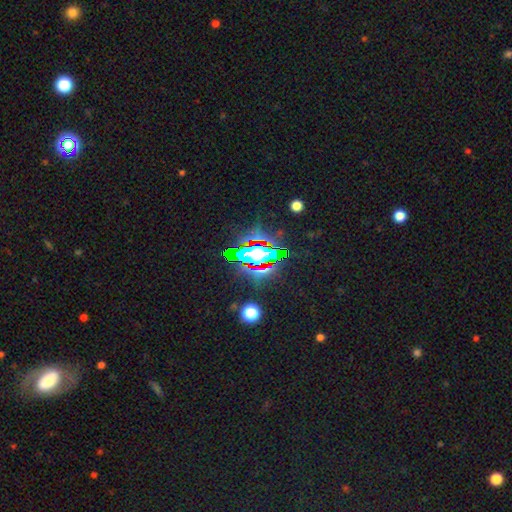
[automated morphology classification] smooth_or_featured: star or artifact (p=0.65) [alt: smooth p=0.20]